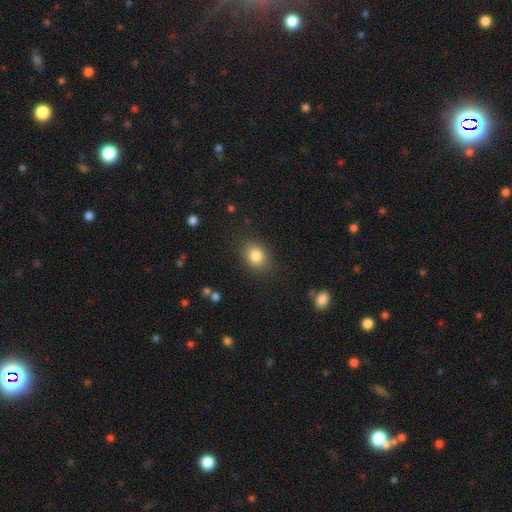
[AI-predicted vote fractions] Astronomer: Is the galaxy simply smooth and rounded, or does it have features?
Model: smooth — 83%.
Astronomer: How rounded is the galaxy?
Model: in between — 54% (runner-up: round, 45%).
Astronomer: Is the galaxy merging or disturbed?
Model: none — 85%.